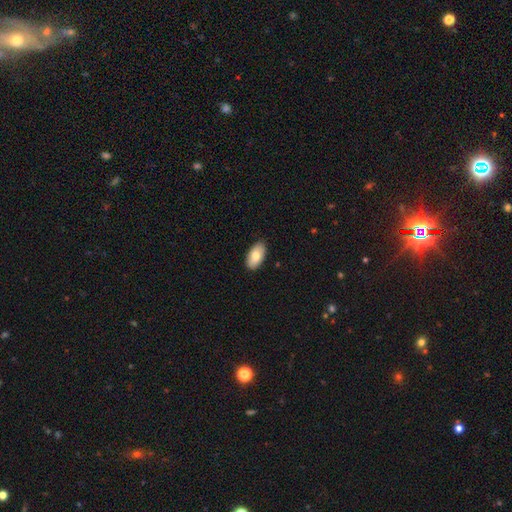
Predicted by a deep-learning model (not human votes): Q: Smooth or featured?
A: smooth (77%); runner-up: featured or disk (17%)
Q: How rounded?
A: in between (95%); runner-up: round (3%)
Q: Merging?
A: none (88%); runner-up: minor disturbance (9%)